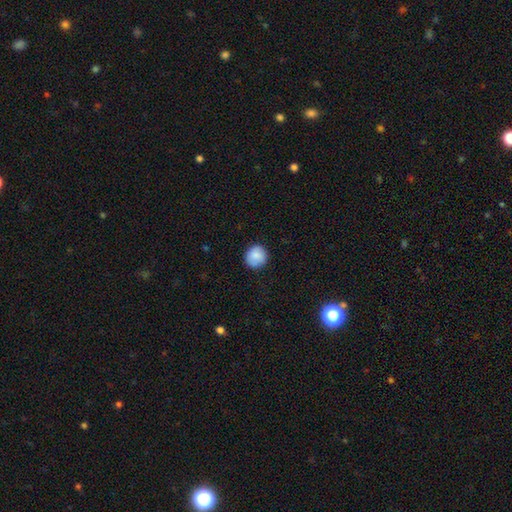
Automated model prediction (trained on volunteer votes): This is clearly a smooth galaxy (86%). How rounded: clearly round (90%). Merging: clearly none (87%).